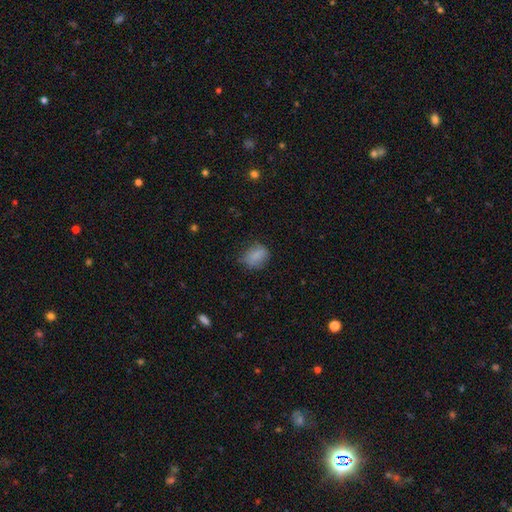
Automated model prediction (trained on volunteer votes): smooth 81%, star or artifact 10%, featured or disk 9%. Down the decision tree: how rounded — in between (64%); merging — none (65%).